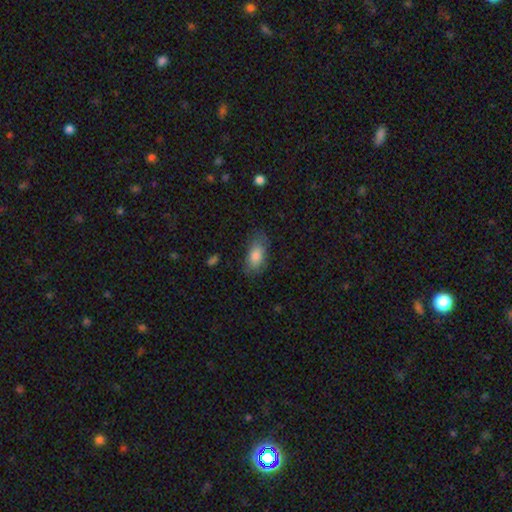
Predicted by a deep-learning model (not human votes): smooth-or-featured: smooth: 82% | featured or disk: 11% | star or artifact: 7%
  how-rounded: in between: 89% | cigar-shaped: 7% | round: 4%
  merging: none: 72% | minor disturbance: 20% | major disturbance: 7% | merger: 1%